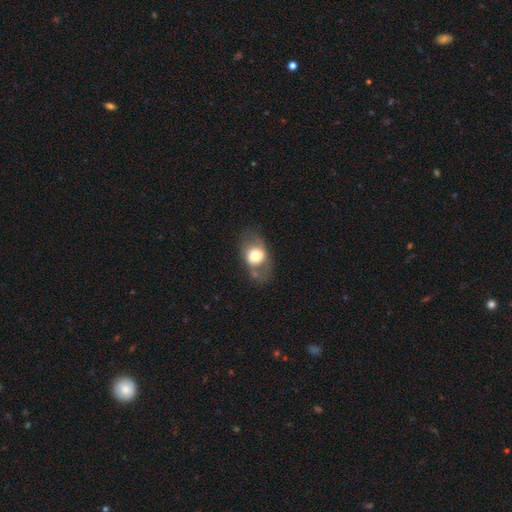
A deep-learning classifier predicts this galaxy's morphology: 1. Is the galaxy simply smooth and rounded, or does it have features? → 60% smooth, 32% featured or disk, 8% star or artifact.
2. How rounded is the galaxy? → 62% in between, 37% round, 2% cigar-shaped.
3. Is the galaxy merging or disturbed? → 61% none, 20% minor disturbance, 14% major disturbance, 5% merger.